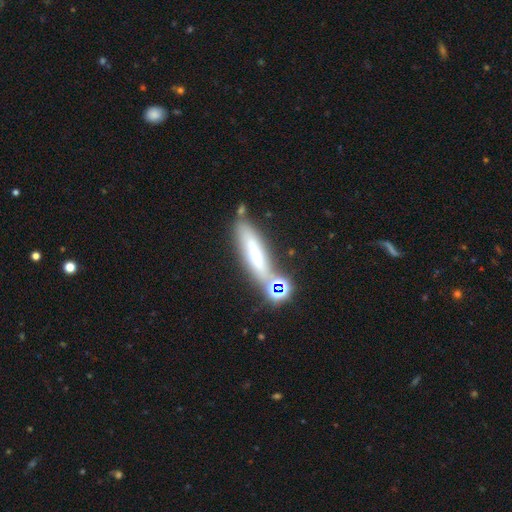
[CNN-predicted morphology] A featured or disk galaxy (45%).

Vote fractions:
- Smooth or featured? featured or disk: 45% / smooth: 40% / star or artifact: 15%
- Merging? none: 66% / minor disturbance: 15% / merger: 13% / major disturbance: 6%